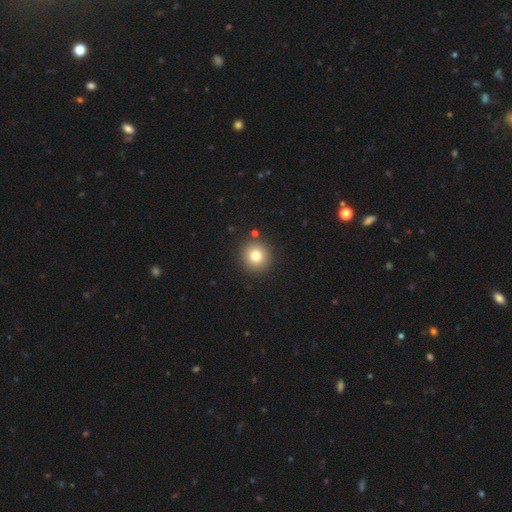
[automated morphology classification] type=smooth (79%); roundness=round (94%); merging=none (89%).